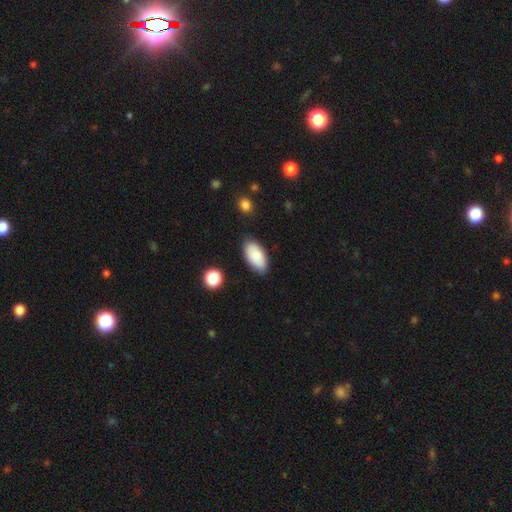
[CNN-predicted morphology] Smooth or featured? Predicted: smooth (p=0.85). How rounded? Predicted: in between (p=0.94). Merging? Predicted: none (p=0.82).